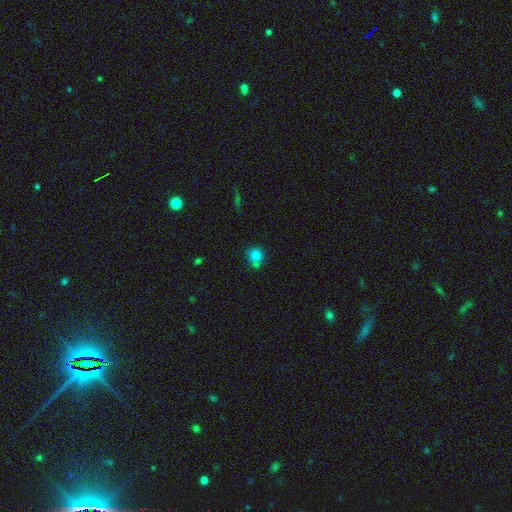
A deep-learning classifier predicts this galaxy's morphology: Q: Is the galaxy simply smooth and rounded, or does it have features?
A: smooth — 80%.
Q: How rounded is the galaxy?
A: round — 83%.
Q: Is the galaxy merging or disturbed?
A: none — 55%.